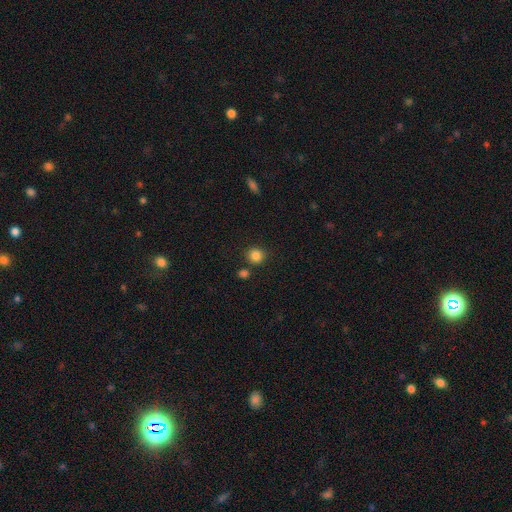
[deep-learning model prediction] smooth_or_featured: smooth (p=0.85) [alt: star or artifact p=0.11]
how_rounded: round (p=0.88) [alt: in between p=0.11]
merging: none (p=0.81) [alt: minor disturbance p=0.08]